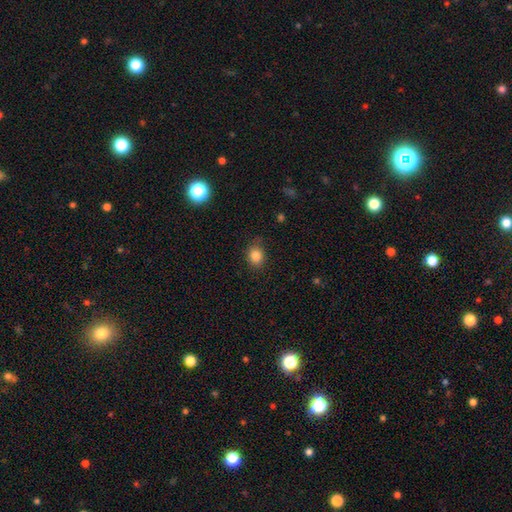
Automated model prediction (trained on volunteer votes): Morphology: type=smooth (83%); roundness=round (59%); merging=none (80%).